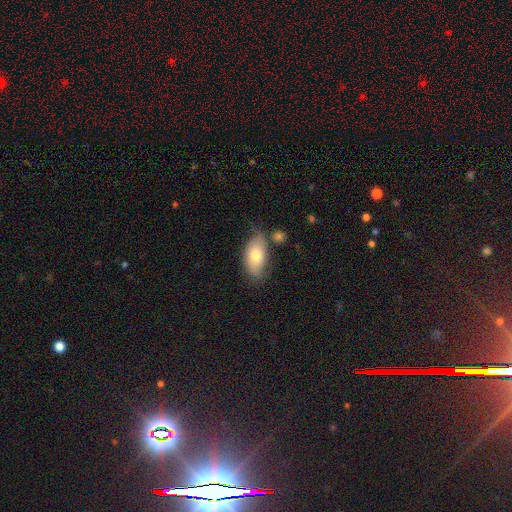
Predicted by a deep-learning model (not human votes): The model was most divided on "merging": none: 60%, minor disturbance: 25%, merger: 9%, major disturbance: 7%. More confident: how rounded — in between (92%); smooth or featured — smooth (72%).